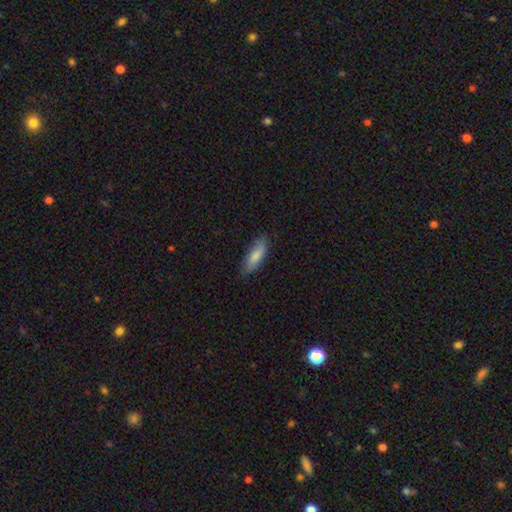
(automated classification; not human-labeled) Q: Smooth or featured?
A: smooth (80%); runner-up: featured or disk (14%)
Q: How rounded?
A: in between (54%); runner-up: cigar-shaped (45%)
Q: Merging?
A: none (76%); runner-up: minor disturbance (19%)